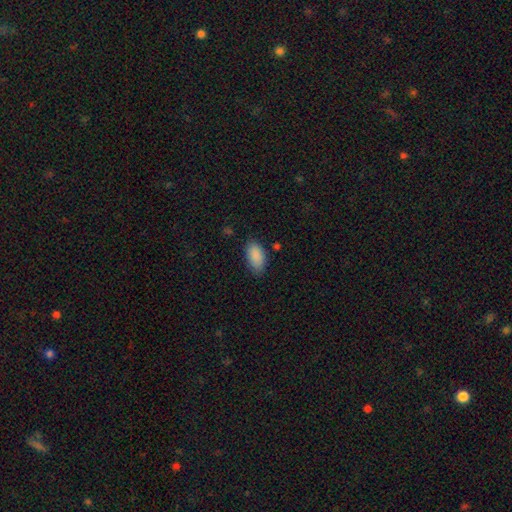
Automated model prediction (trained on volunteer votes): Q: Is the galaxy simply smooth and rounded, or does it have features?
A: smooth — 90%.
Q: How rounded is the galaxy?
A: in between — 93%.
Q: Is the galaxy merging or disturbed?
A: none — 82%.